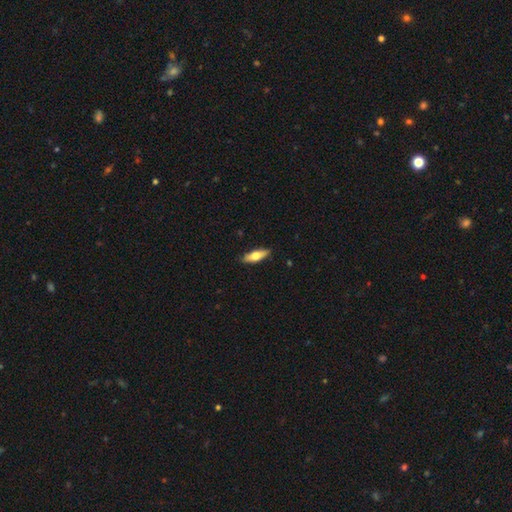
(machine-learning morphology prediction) type=smooth (56%); roundness=in between (50%); merging=none (88%).